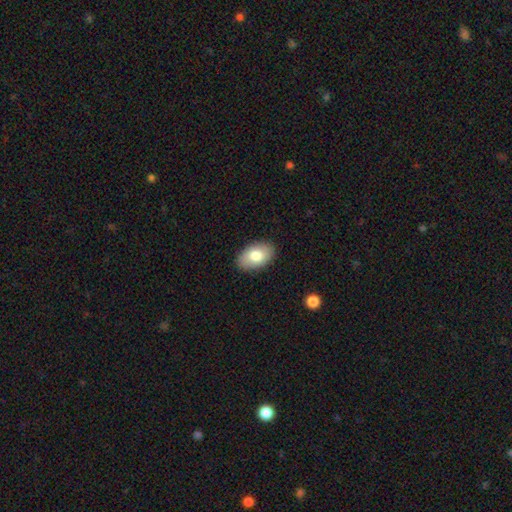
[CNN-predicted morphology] Smooth or featured? Predicted: smooth (p=0.78). How rounded? Predicted: in between (p=0.92). Merging? Predicted: none (p=0.88).